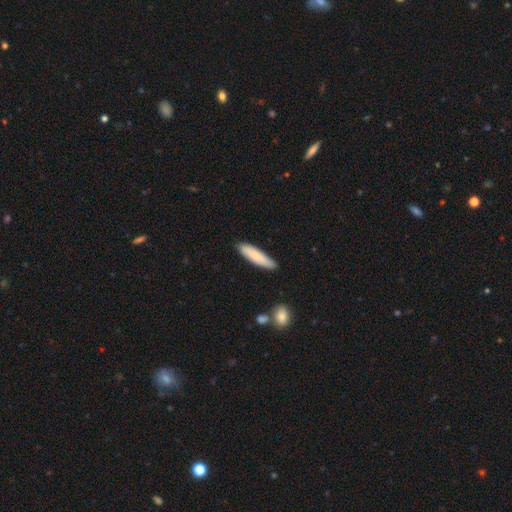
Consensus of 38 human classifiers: Overall: smooth (95%). How rounded: cigar-shaped (72%). Merging: none (81%).